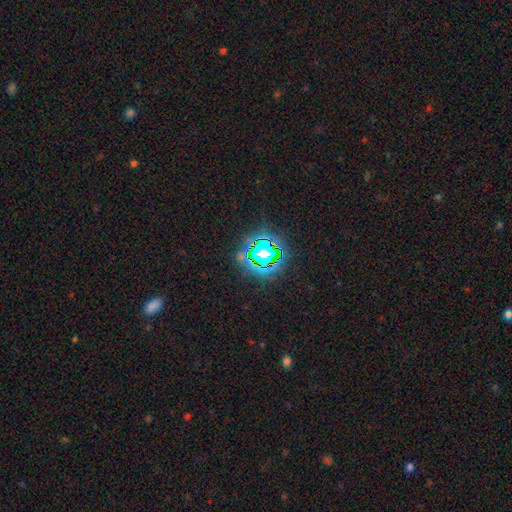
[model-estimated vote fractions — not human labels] A star or artifact, not a galaxy (79%).